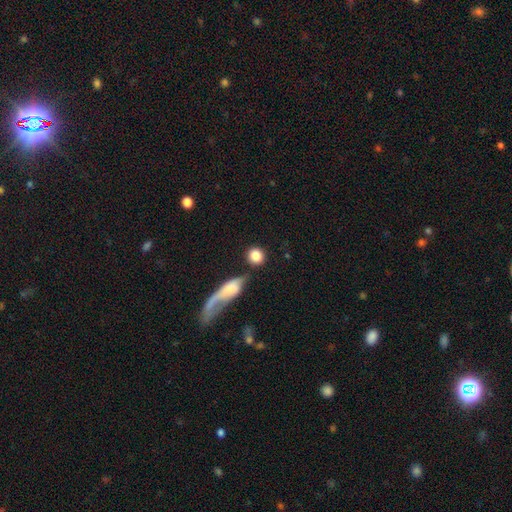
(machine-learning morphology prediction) This is clearly a smooth galaxy (84%). How rounded: clearly round (85%). Merging: likely none (69%).